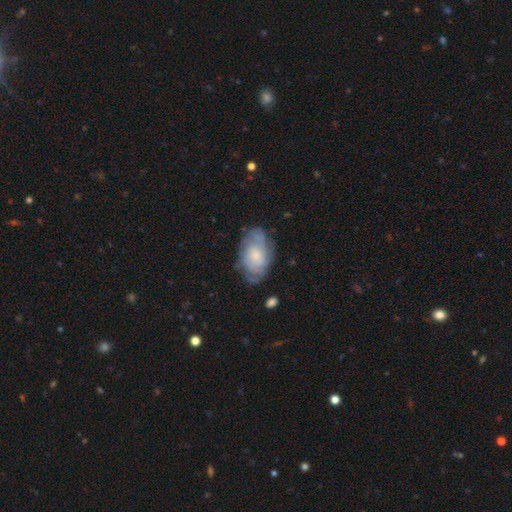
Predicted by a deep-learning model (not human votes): A featured or disk galaxy (56%) with no bar (79%), spiral arms (74%) and a small central bulge (52%).

Vote fractions:
- Smooth or featured? featured or disk: 56% / smooth: 36% / star or artifact: 7%
- Edge-on disk? no: 95% / yes: 5%
- Bar? no: 79% / weak: 18% / strong: 3%
- Spiral arms? yes: 74% / no: 26%
- Bulge size? small: 52% / moderate: 31% / none: 9% / large: 6% / dominant: 2%
- Merging? none: 67% / minor disturbance: 23% / major disturbance: 9% / merger: 2%